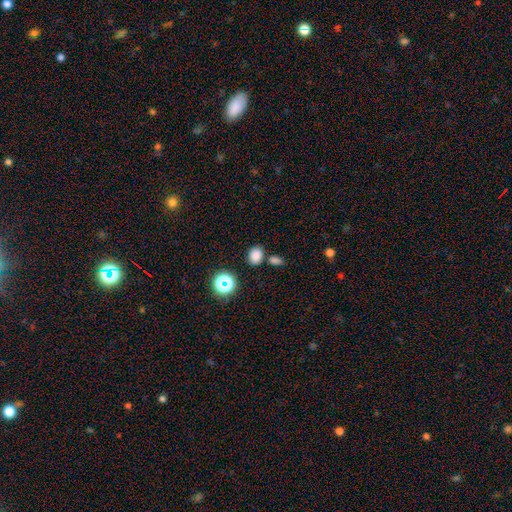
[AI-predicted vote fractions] Morphology: type=smooth (79%); roundness=round (52%); merging=none (73%).